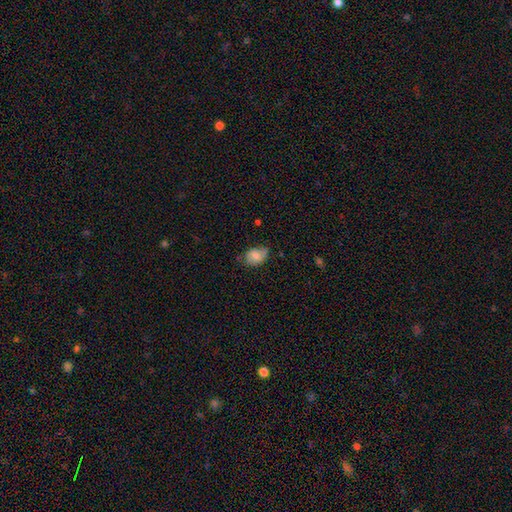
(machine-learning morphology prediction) Overall: smooth (66%). How rounded: in between (73%). Merging: none (57%; minor disturbance 33%).